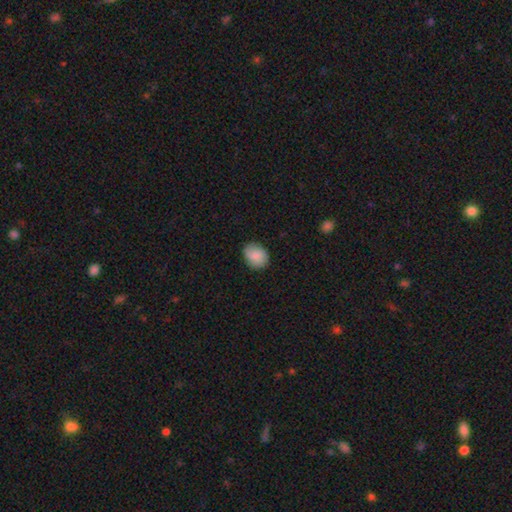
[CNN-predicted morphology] Smooth or featured?
  - smooth: 81% *
  - featured or disk: 12%
  - star or artifact: 7%
How rounded?
  - round: 58% *
  - in between: 41%
  - cigar-shaped: 1%
Merging?
  - none: 82% *
  - minor disturbance: 14%
  - major disturbance: 3%
  - merger: 1%